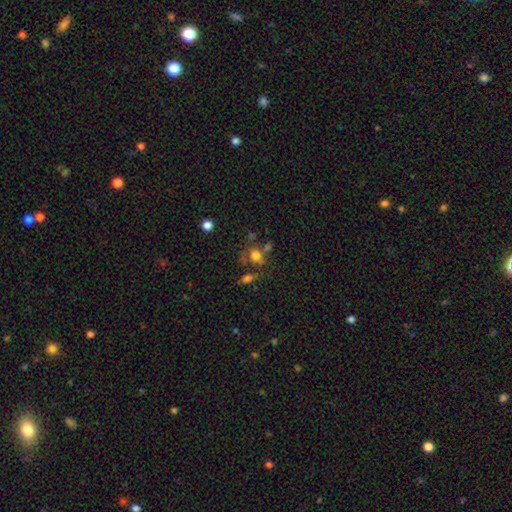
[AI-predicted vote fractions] The model was most divided on "merging": none: 50%, merger: 25%, minor disturbance: 15%, major disturbance: 9%. More confident: smooth or featured — smooth (69%); how rounded — round (63%).